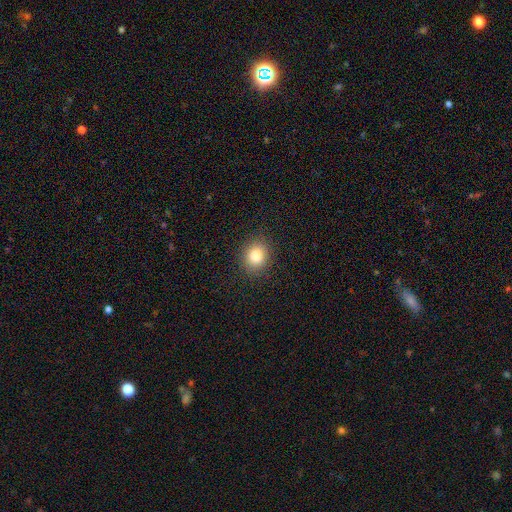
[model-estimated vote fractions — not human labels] A smooth galaxy with no disk features (83%) that is round (66%).

Vote fractions:
- Smooth or featured? smooth: 83% / star or artifact: 10% / featured or disk: 6%
- How rounded? round: 66% / in between: 33% / cigar-shaped: 1%
- Merging? none: 89% / minor disturbance: 7% / major disturbance: 3% / merger: 1%